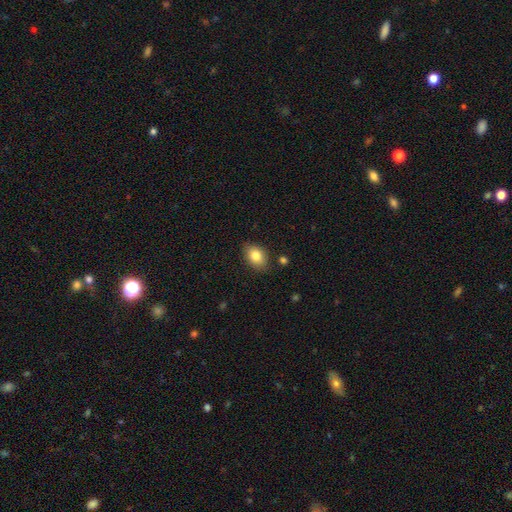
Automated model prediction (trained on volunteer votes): smooth_or_featured: smooth (p=0.83) [alt: featured or disk p=0.09]
how_rounded: in between (p=0.81) [alt: round p=0.18]
merging: none (p=0.84) [alt: minor disturbance p=0.12]